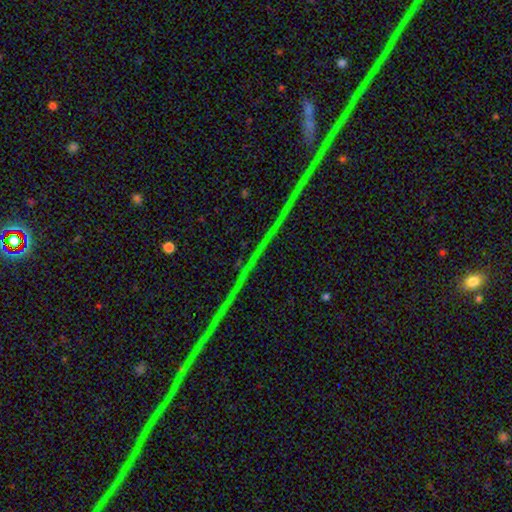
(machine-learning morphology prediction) This appears to be a star or artifact, not a galaxy (87%).